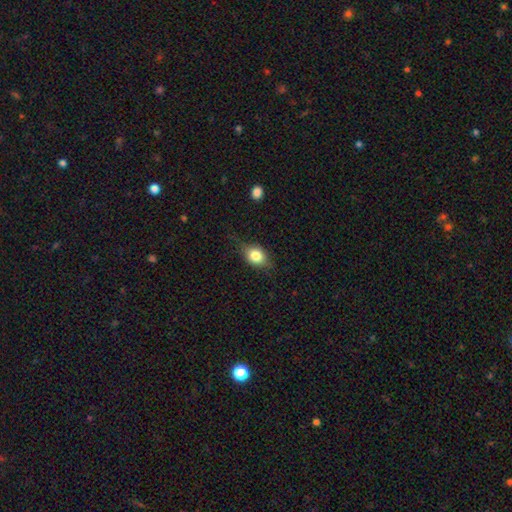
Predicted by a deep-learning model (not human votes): This is likely a smooth galaxy (75%). How rounded: possibly in between (59%). Merging: likely none (67%).